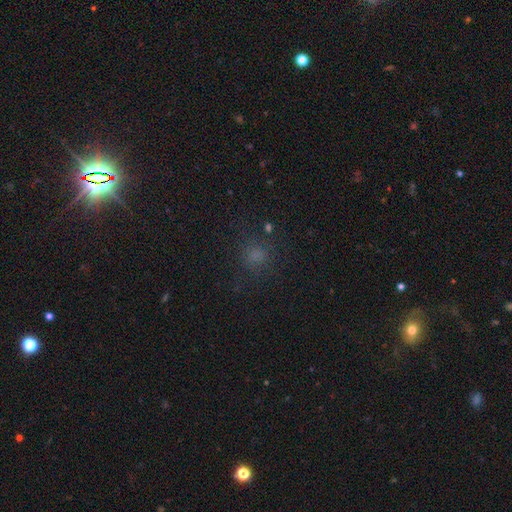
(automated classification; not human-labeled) A smooth galaxy with no disk features (67%) that is round (85%).

Vote fractions:
- Smooth or featured? smooth: 67% / star or artifact: 25% / featured or disk: 8%
- How rounded? round: 85% / in between: 14% / cigar-shaped: 1%
- Merging? none: 77% / minor disturbance: 13% / major disturbance: 8% / merger: 2%